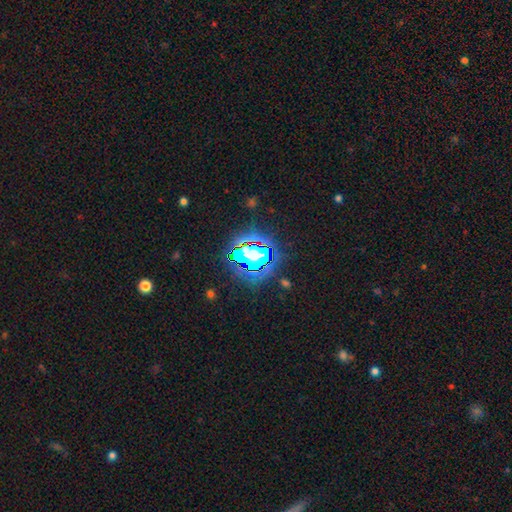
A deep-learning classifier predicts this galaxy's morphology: Overall: star or artifact (79%).